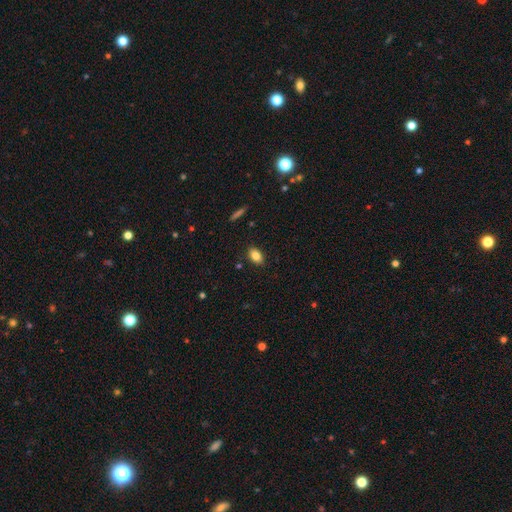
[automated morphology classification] Smooth or featured? Predicted: smooth (p=0.84). How rounded? Predicted: in between (p=0.87). Merging? Predicted: none (p=0.86).